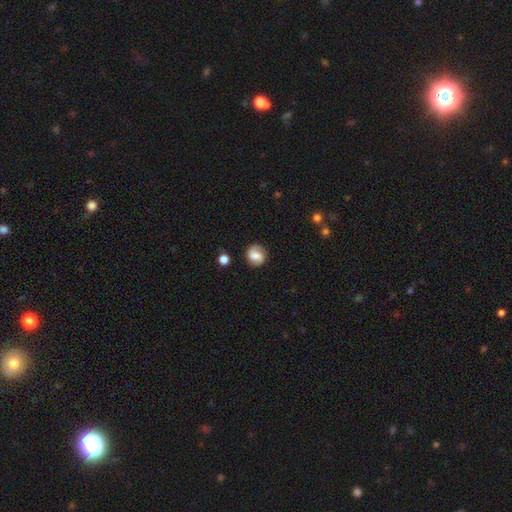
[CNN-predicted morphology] type=featured or disk (47%); merging=none (79%).